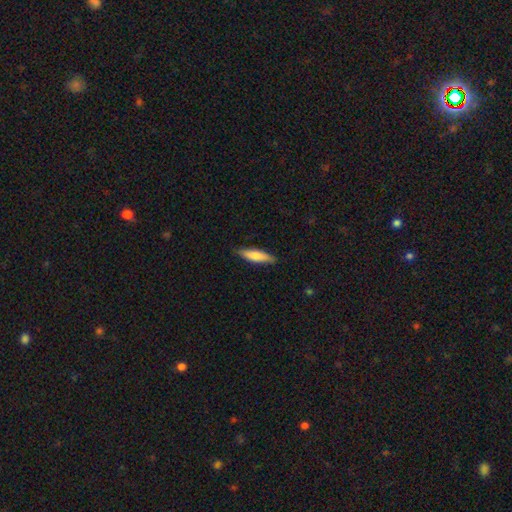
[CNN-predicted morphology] Smooth or featured: smooth — 76% (featured or disk — 19%)
How rounded: cigar-shaped — 70% (in between — 29%)
Merging: none — 84% (minor disturbance — 12%)